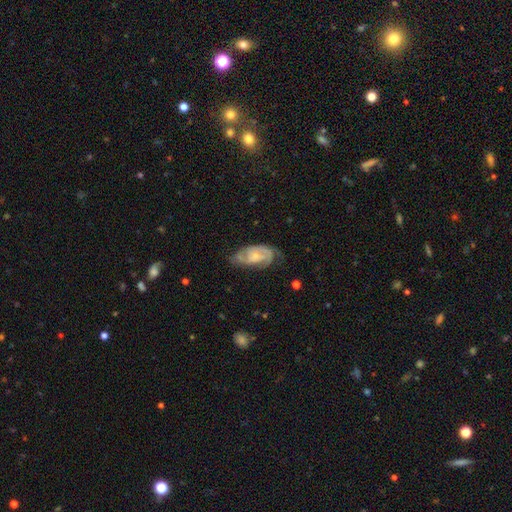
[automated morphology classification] A featured or disk galaxy (83%) with no bar (63%), 2 (68%) tight (50%) spiral arms (96%) and a small central bulge (59%).

Vote fractions:
- Smooth or featured? featured or disk: 83% / smooth: 12% / star or artifact: 5%
- Edge-on disk? no: 96% / yes: 4%
- Bar? no: 63% / weak: 31% / strong: 6%
- Spiral arms? yes: 96% / no: 4%
- Spiral winding? tight: 50% / medium: 40% / loose: 10%
- Spiral arm count? 2: 68% / can't tell: 12% / 3: 12% / 1: 4% / 4: 2% / more than 4: 2%
- Bulge size? small: 59% / moderate: 30% / none: 8% / large: 2% / dominant: 1%
- Merging? none: 65% / minor disturbance: 23% / major disturbance: 10% / merger: 2%